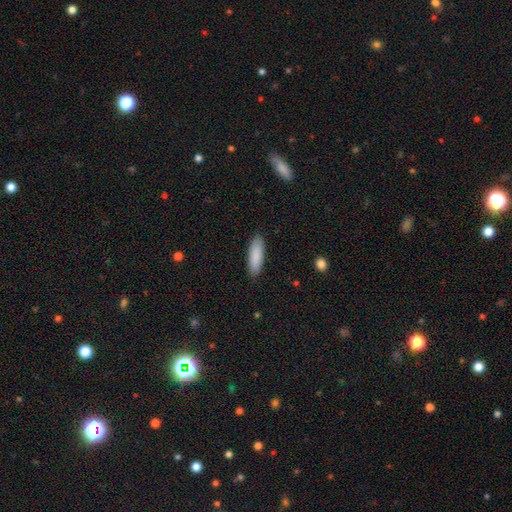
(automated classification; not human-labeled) Smooth or featured?
  - smooth: 87% *
  - featured or disk: 7%
  - star or artifact: 6%
How rounded?
  - cigar-shaped: 52% *
  - in between: 46%
  - round: 1%
Merging?
  - none: 89% *
  - minor disturbance: 8%
  - major disturbance: 2%
  - merger: 1%